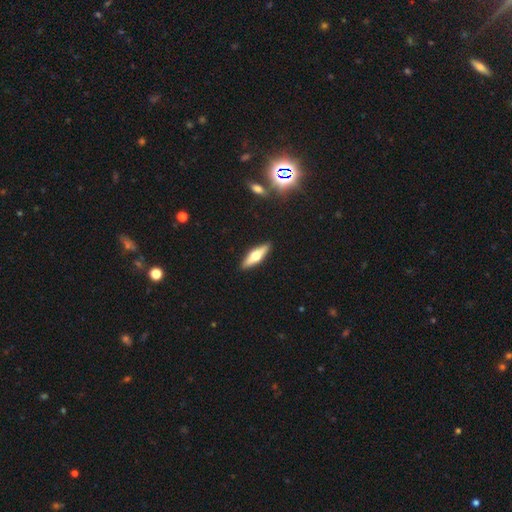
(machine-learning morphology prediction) smooth-or-featured: featured or disk: 49% | smooth: 45% | star or artifact: 6%
  merging: none: 90% | minor disturbance: 7% | major disturbance: 2% | merger: 1%